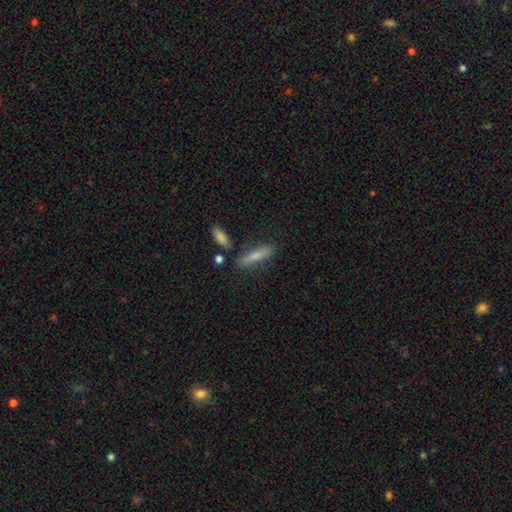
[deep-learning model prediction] Overall: smooth (73%). How rounded: cigar-shaped (71%). Merging: none (74%).